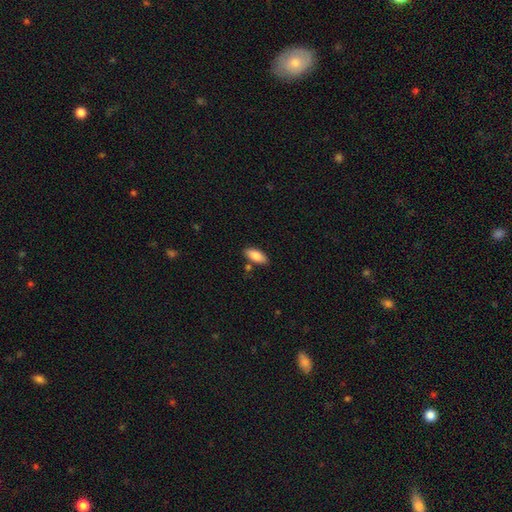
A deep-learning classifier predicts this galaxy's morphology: Overall: smooth (85%). How rounded: in between (86%). Merging: none (81%).